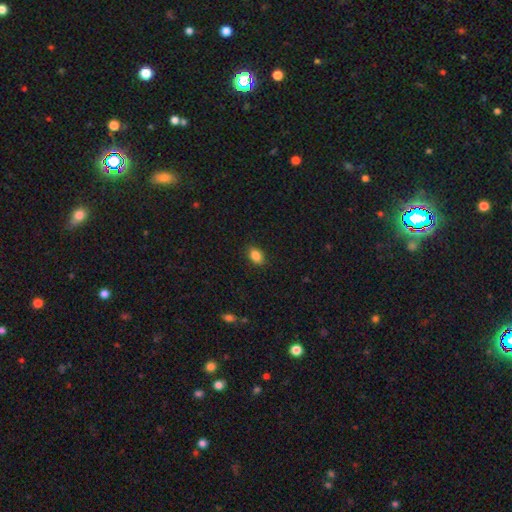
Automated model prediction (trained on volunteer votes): Smooth or featured? Predicted: smooth (p=0.86). How rounded? Predicted: in between (p=0.83). Merging? Predicted: none (p=0.88).